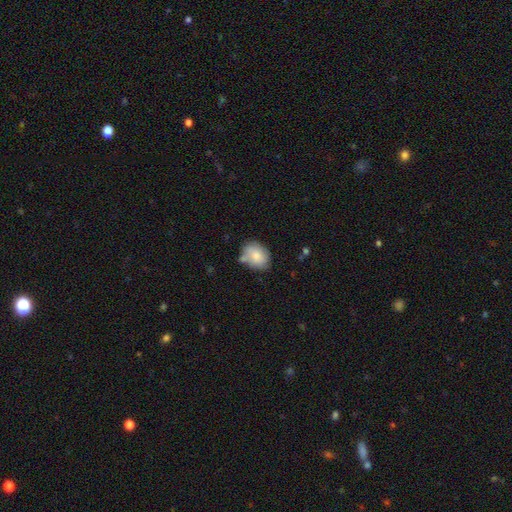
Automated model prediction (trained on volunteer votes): smooth-or-featured: smooth: 81% | featured or disk: 12% | star or artifact: 7%
  how-rounded: in between: 62% | round: 37% | cigar-shaped: 1%
  merging: none: 65% | minor disturbance: 20% | merger: 11% | major disturbance: 4%